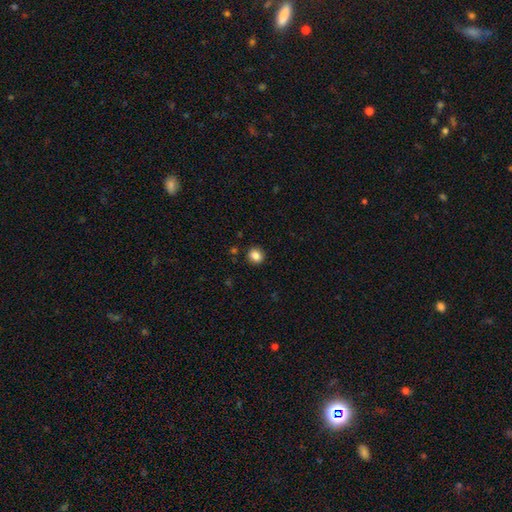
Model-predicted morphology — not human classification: This is clearly a smooth galaxy (84%). How rounded: clearly round (83%). Merging: clearly none (91%).